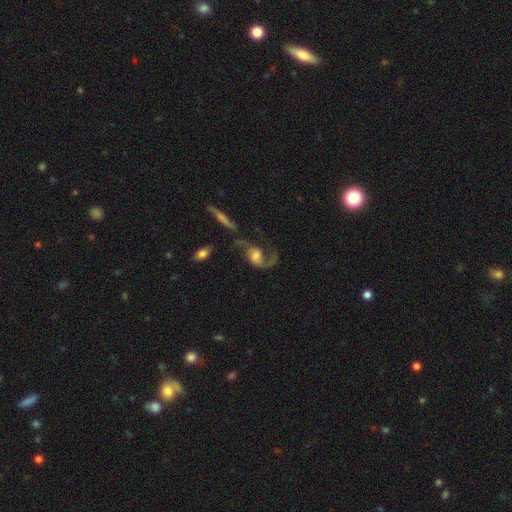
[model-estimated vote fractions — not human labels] Smooth or featured: featured or disk — 80% (smooth — 13%)
Edge-on disk: no — 96% (yes — 4%)
Bar: no — 54% (weak — 36%)
Spiral arms: yes — 93% (no — 7%)
Spiral winding: loose — 71% (medium — 23%)
Spiral arm count: 2 — 69% (1 — 26%)
Bulge size: moderate — 38% (large — 29%)
Merging: none — 38% (major disturbance — 32%)